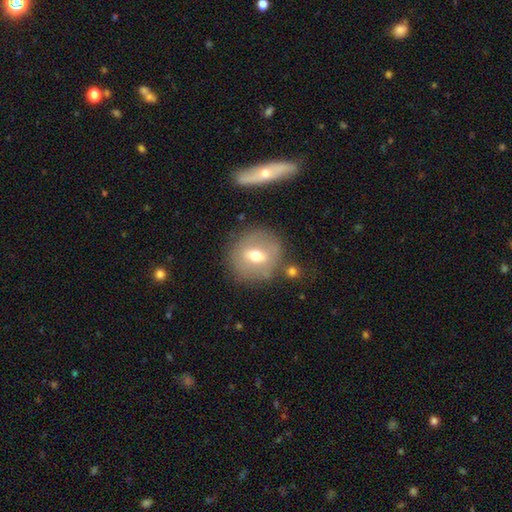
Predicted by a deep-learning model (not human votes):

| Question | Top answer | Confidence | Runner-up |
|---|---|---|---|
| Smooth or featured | smooth | 53% | featured or disk (39%) |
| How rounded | round | 78% | in between (21%) |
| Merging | none | 76% | minor disturbance (13%) |